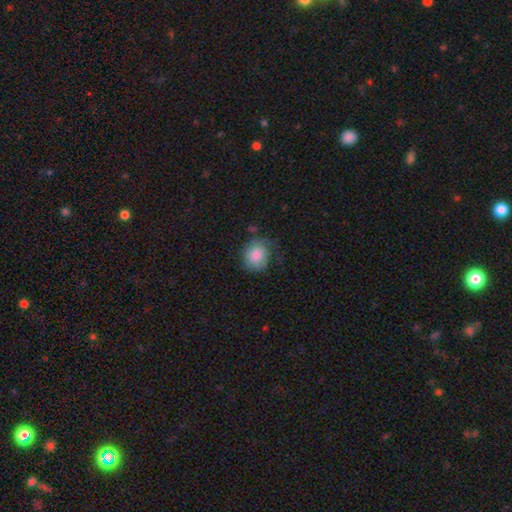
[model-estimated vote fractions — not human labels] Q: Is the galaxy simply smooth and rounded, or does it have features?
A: smooth — 74%.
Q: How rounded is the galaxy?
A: round — 75%.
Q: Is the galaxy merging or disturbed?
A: none — 57%.